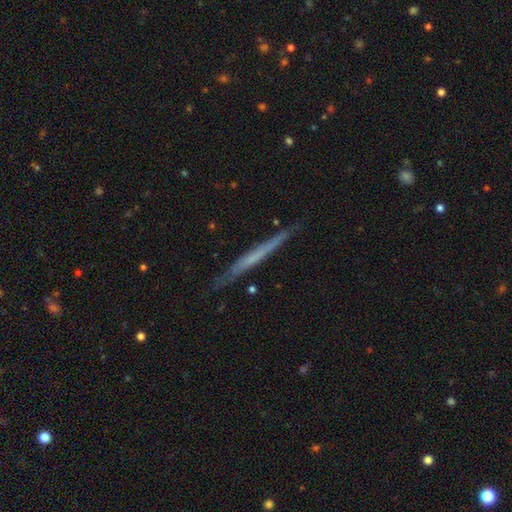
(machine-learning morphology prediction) smooth-or-featured: featured or disk: 51% | smooth: 42% | star or artifact: 6%
  disk-edge-on: yes: 96% | no: 4%
  merging: none: 87% | minor disturbance: 10% | major disturbance: 2% | merger: 1%